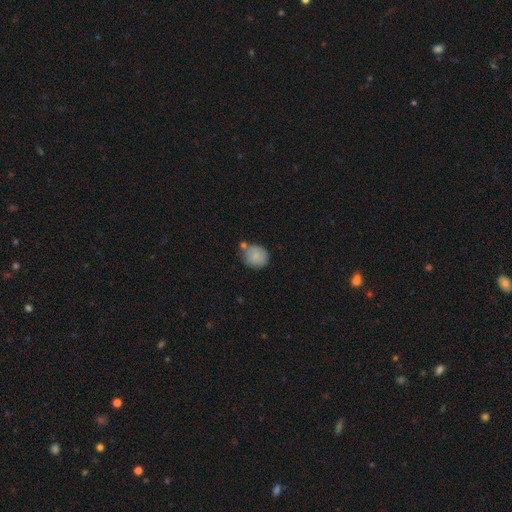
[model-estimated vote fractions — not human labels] This appears to be a smooth galaxy with no disk features (78%) that is round (76%). Merging: none (54%).